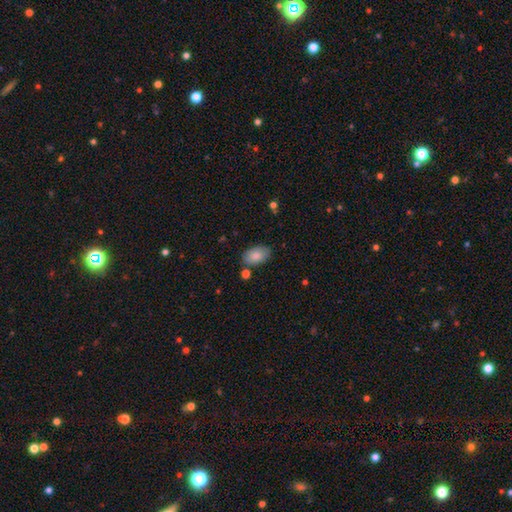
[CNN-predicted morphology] type=smooth (85%); roundness=in between (93%); merging=none (77%).